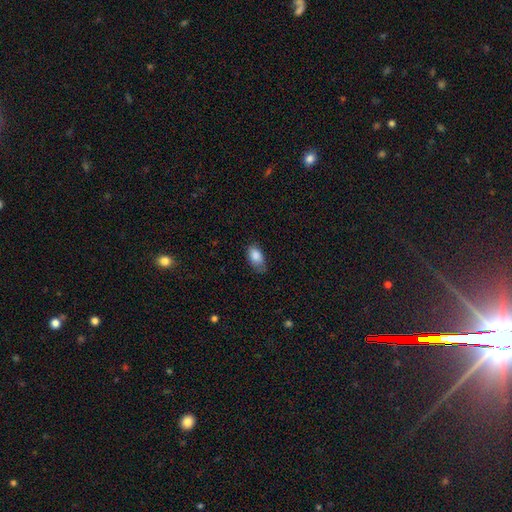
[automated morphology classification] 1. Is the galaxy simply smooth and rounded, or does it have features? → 86% smooth, 7% featured or disk, 7% star or artifact.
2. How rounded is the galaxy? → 92% in between, 6% round, 2% cigar-shaped.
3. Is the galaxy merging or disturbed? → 65% none, 28% minor disturbance, 6% major disturbance, 1% merger.